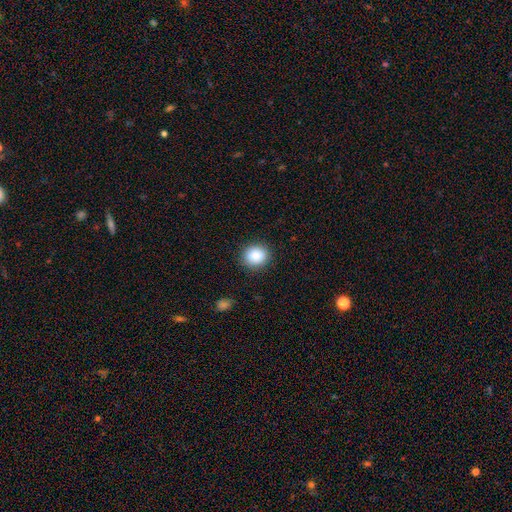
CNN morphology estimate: The model was most divided on "how rounded": round: 84%, in between: 15%, cigar-shaped: 1%. More confident: merging — none (90%); smooth or featured — smooth (88%).